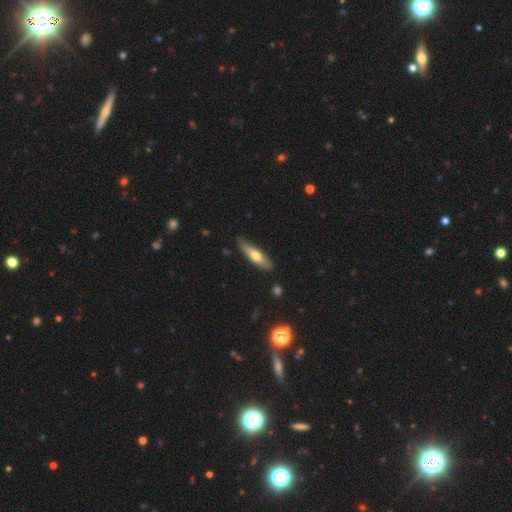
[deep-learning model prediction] Overall: smooth (52%; featured or disk 42%). How rounded: cigar-shaped (74%). Merging: none (83%).